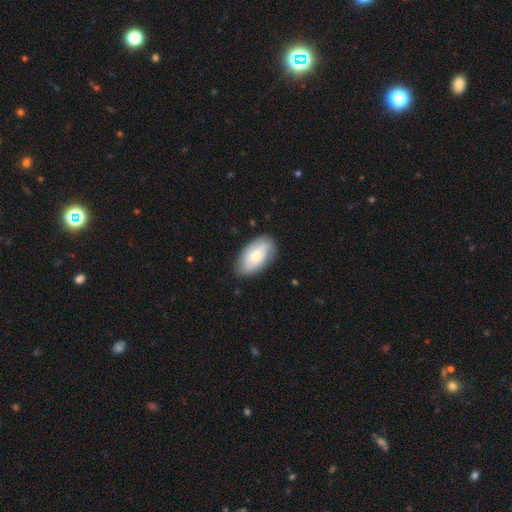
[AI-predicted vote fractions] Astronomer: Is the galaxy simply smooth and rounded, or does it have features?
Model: smooth — 56% (runner-up: featured or disk, 37%).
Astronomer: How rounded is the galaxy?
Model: in between — 93%.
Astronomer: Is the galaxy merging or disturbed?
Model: none — 79%.